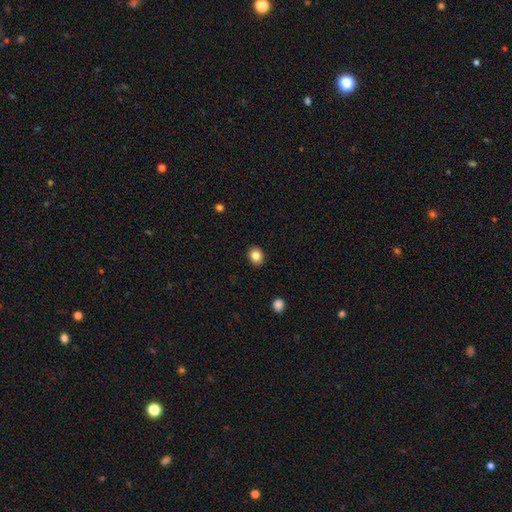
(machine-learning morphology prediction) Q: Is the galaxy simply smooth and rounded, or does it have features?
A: smooth — 84%.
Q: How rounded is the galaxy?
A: round — 66%.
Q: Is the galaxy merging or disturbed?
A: none — 91%.